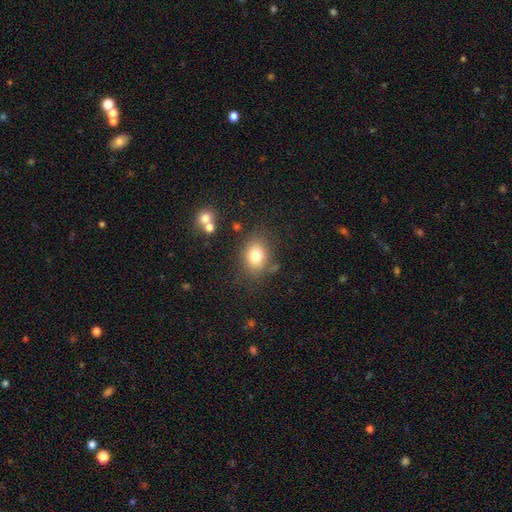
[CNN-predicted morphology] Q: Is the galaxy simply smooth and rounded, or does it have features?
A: smooth — 78%.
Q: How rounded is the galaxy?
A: in between — 59%.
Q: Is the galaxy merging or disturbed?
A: none — 76%.